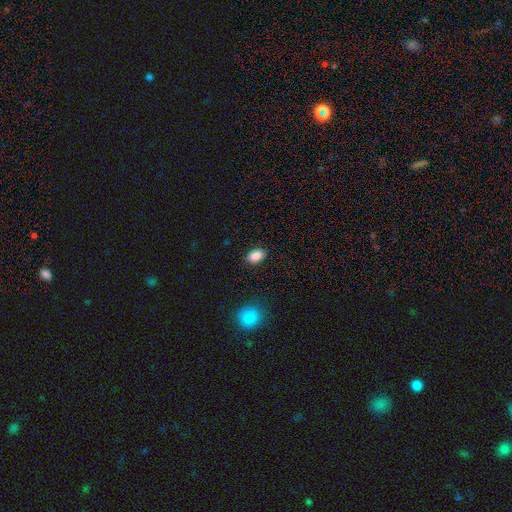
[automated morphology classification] A smooth galaxy with no disk features (87%) that is in between round and cigar-shaped (84%). Merging: none (86%).